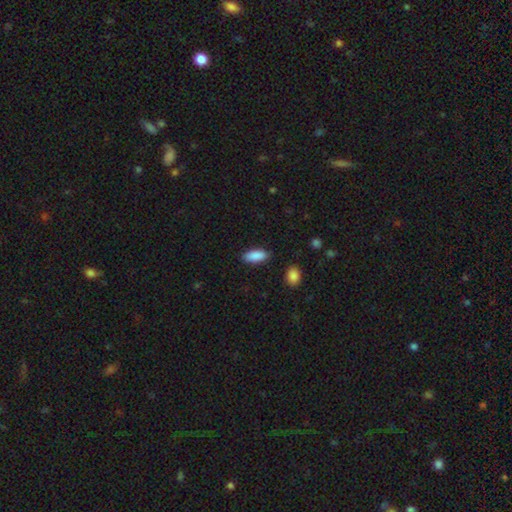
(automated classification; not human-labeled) The model was most divided on "how rounded": in between: 79%, cigar-shaped: 19%, round: 2%. More confident: smooth or featured — smooth (89%); merging — none (87%).